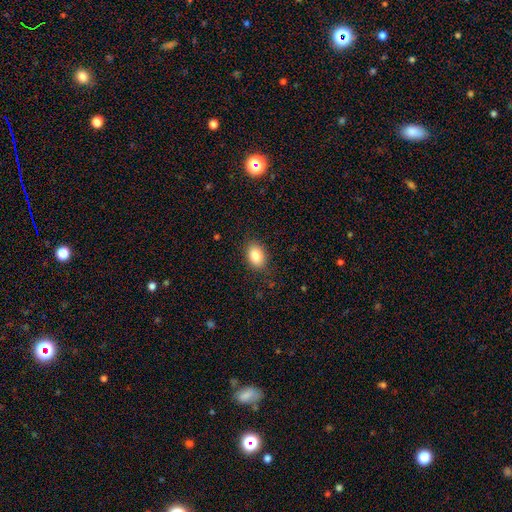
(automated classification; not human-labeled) smooth_or_featured: smooth (p=0.85) [alt: star or artifact p=0.08]
how_rounded: in between (p=0.77) [alt: round p=0.22]
merging: none (p=0.85) [alt: minor disturbance p=0.11]